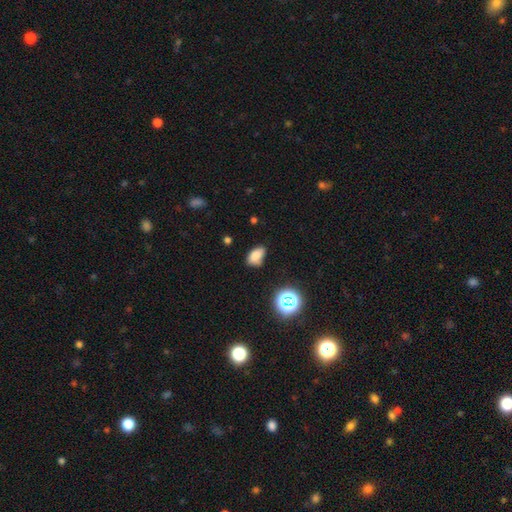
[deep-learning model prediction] Overall: smooth (79%). How rounded: in between (89%). Merging: none (66%).